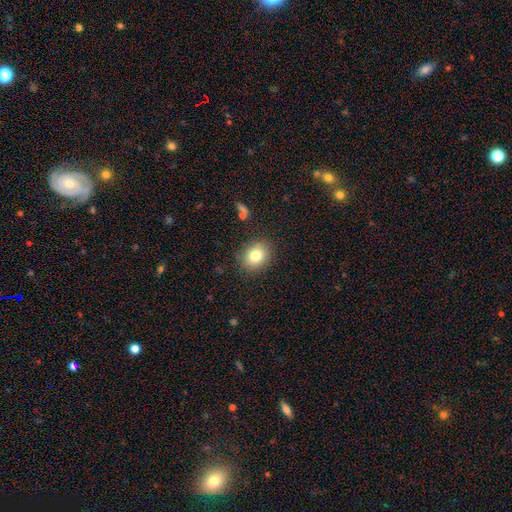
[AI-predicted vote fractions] smooth-or-featured: smooth: 79% | star or artifact: 11% | featured or disk: 10%
  how-rounded: round: 57% | in between: 42% | cigar-shaped: 1%
  merging: none: 86% | minor disturbance: 10% | major disturbance: 3% | merger: 2%